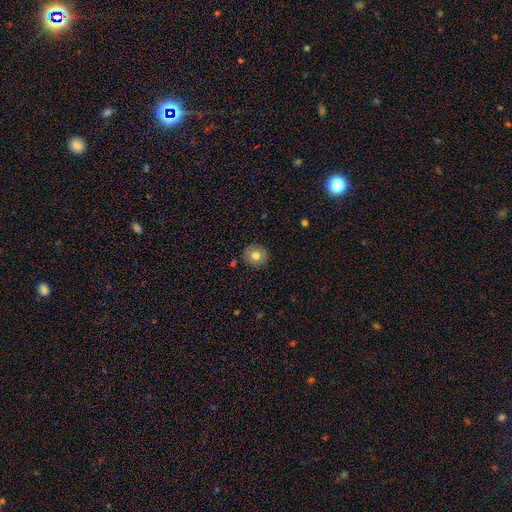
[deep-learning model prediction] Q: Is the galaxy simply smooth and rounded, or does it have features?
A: smooth — 75%.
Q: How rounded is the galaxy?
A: round — 90%.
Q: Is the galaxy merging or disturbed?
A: none — 88%.